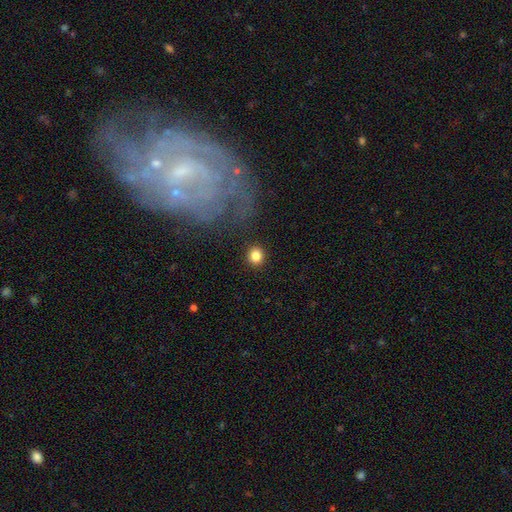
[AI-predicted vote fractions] Smooth or featured?
  - smooth: 83% *
  - star or artifact: 11%
  - featured or disk: 6%
How rounded?
  - round: 86% *
  - in between: 13%
  - cigar-shaped: 1%
Merging?
  - none: 90% *
  - minor disturbance: 6%
  - major disturbance: 2%
  - merger: 2%